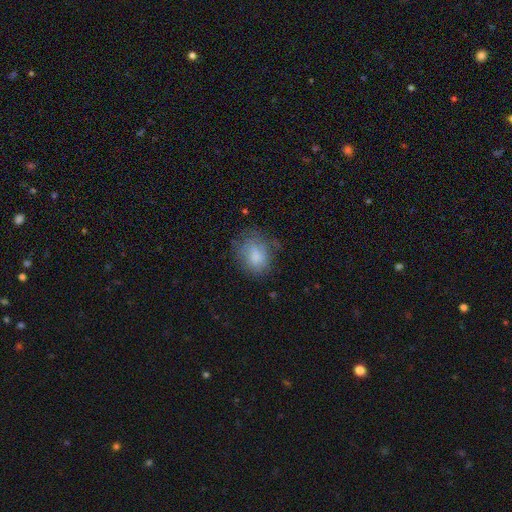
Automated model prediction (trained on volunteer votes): Overall: smooth (76%). How rounded: round (50%; in between 49%). Merging: none (58%; minor disturbance 27%).